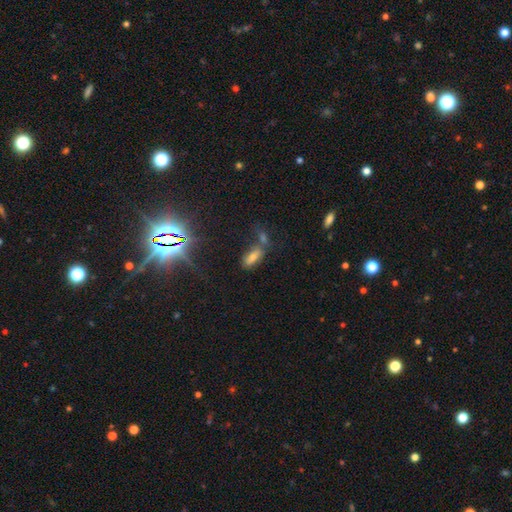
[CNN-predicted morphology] This is possibly a star or artifact rather than a galaxy (54%).